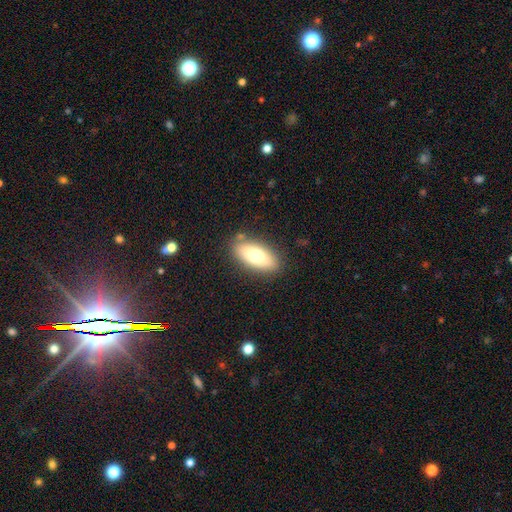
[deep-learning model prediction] Smooth or featured: smooth — 73% (featured or disk — 20%)
How rounded: in between — 84% (cigar-shaped — 13%)
Merging: none — 83% (minor disturbance — 11%)